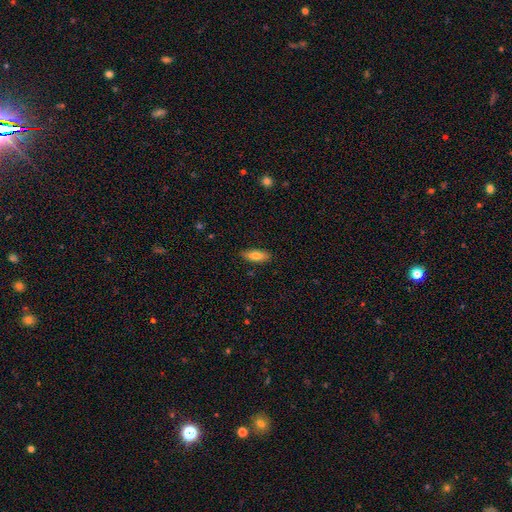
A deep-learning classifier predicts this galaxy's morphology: A smooth galaxy with no disk features (79%) that is in between round and cigar-shaped (69%). Merging: none (86%).